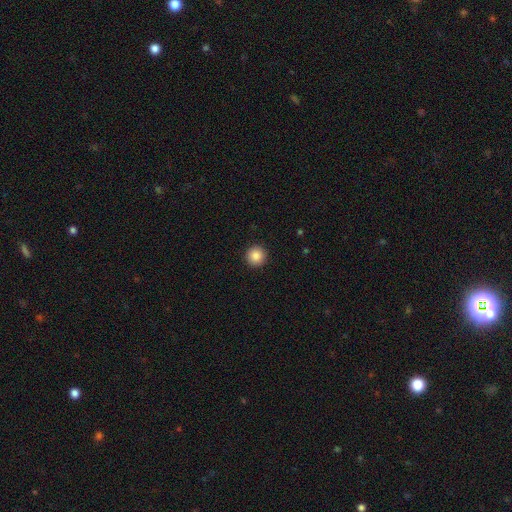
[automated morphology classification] type=smooth (87%); roundness=round (95%); merging=none (93%).